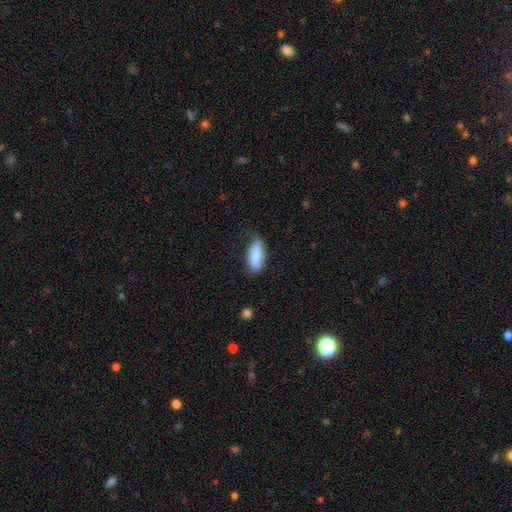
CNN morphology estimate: This appears to be a smooth galaxy with no disk features (80%) that is in between round and cigar-shaped (79%). Merging: none (49%).